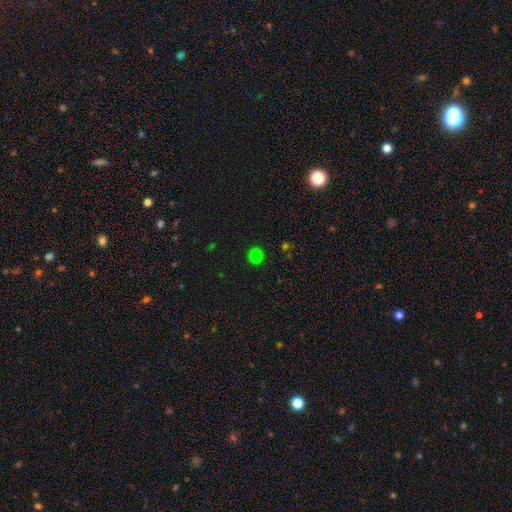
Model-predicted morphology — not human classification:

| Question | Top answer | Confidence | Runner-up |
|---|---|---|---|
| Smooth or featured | smooth | 79% | star or artifact (17%) |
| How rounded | round | 91% | in between (8%) |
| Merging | none | 91% | minor disturbance (6%) |